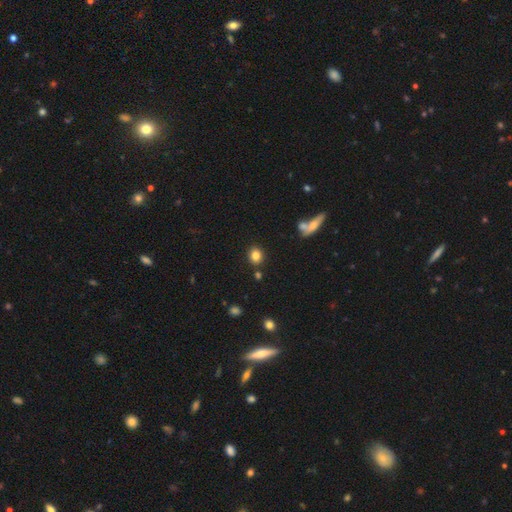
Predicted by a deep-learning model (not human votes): A smooth galaxy with no disk features (83%) that is round (70%).

Vote fractions:
- Smooth or featured? smooth: 83% / star or artifact: 11% / featured or disk: 6%
- How rounded? round: 70% / in between: 28% / cigar-shaped: 1%
- Merging? none: 84% / minor disturbance: 8% / merger: 6% / major disturbance: 2%